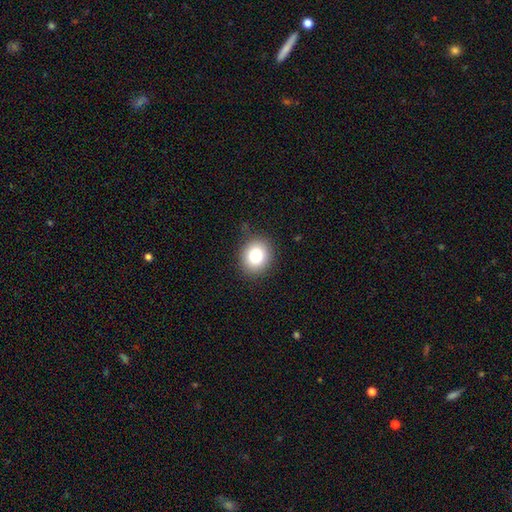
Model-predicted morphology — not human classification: Q: Smooth or featured?
A: smooth (83%); runner-up: star or artifact (10%)
Q: How rounded?
A: round (69%); runner-up: in between (30%)
Q: Merging?
A: none (86%); runner-up: minor disturbance (10%)